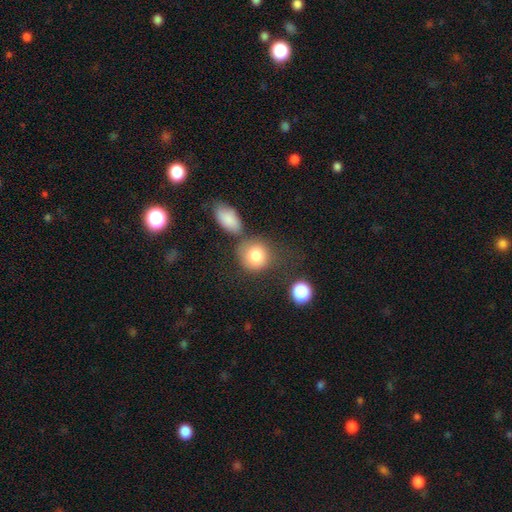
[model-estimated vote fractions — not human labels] This is clearly a smooth galaxy (82%). How rounded: likely round (80%). Merging: possibly none (54%).